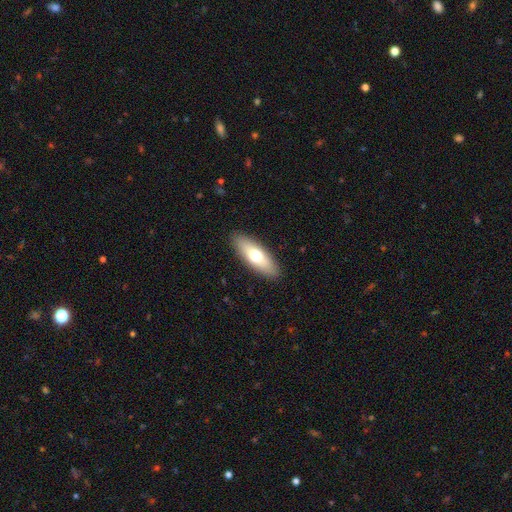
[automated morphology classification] Q: Smooth or featured?
A: smooth (65%); runner-up: featured or disk (29%)
Q: How rounded?
A: in between (60%); runner-up: cigar-shaped (38%)
Q: Merging?
A: none (89%); runner-up: minor disturbance (8%)